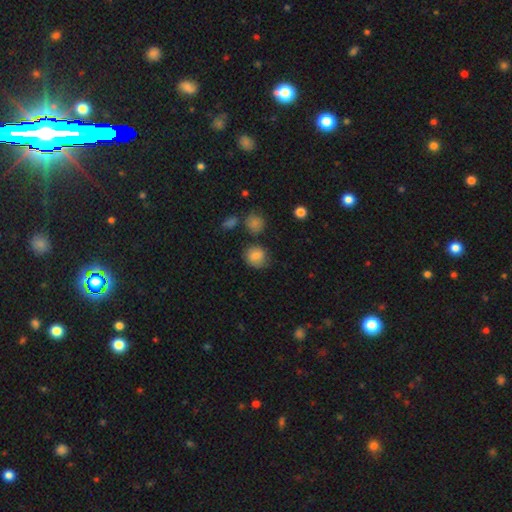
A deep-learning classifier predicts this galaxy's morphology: Overall: smooth (82%). How rounded: round (79%). Merging: none (73%).